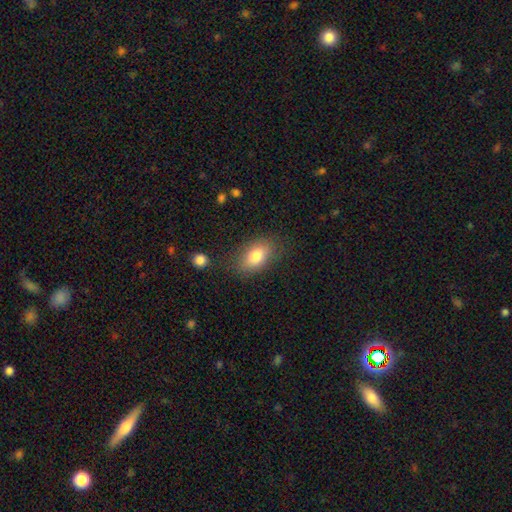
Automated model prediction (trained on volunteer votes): Overall: smooth (79%). How rounded: in between (88%). Merging: none (79%).